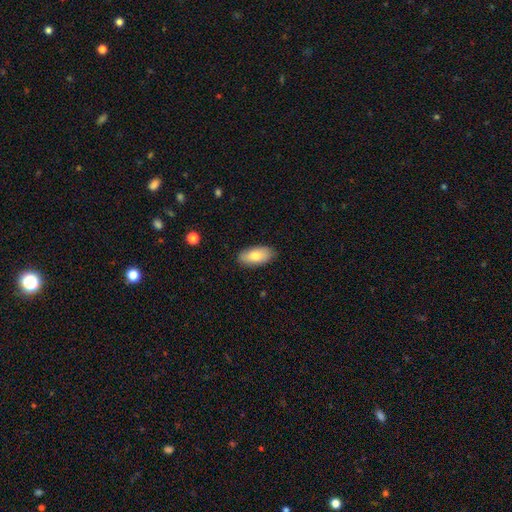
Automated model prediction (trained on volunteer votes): A smooth galaxy with no disk features (81%) that is in between round and cigar-shaped (92%). Merging: none (87%).